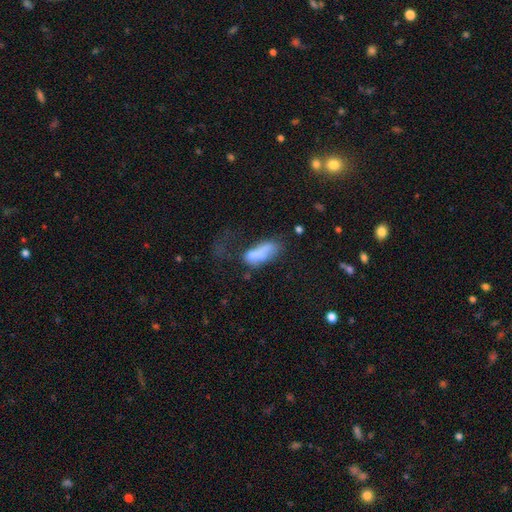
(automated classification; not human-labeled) smooth 67%, featured or disk 19%, star or artifact 15%. Down the decision tree: how rounded — in between (68%); merging — major disturbance (41%).